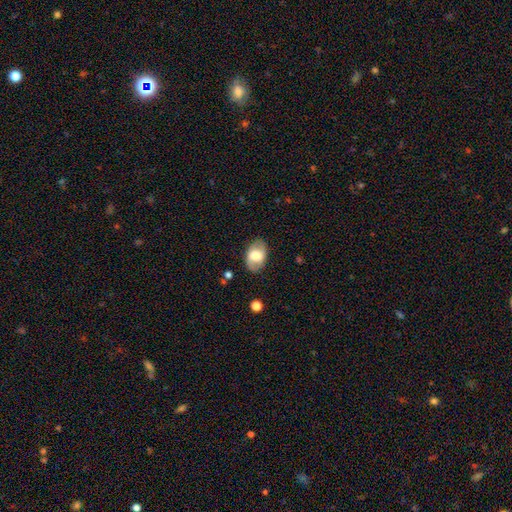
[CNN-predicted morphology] type=smooth (57%); roundness=in between (88%); merging=none (81%).